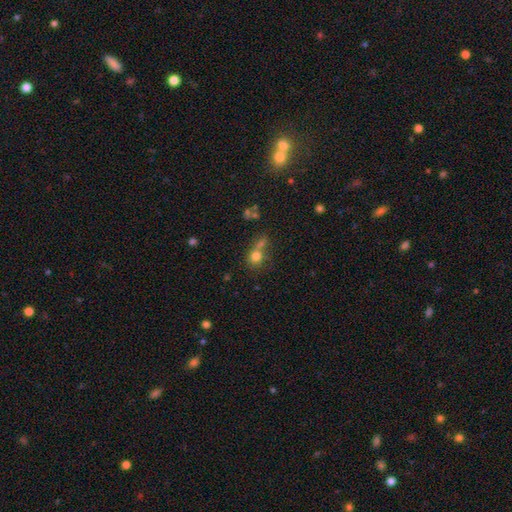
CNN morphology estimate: This appears to be a smooth galaxy with no disk features (66%) that is round (82%). Merging: none (49%).